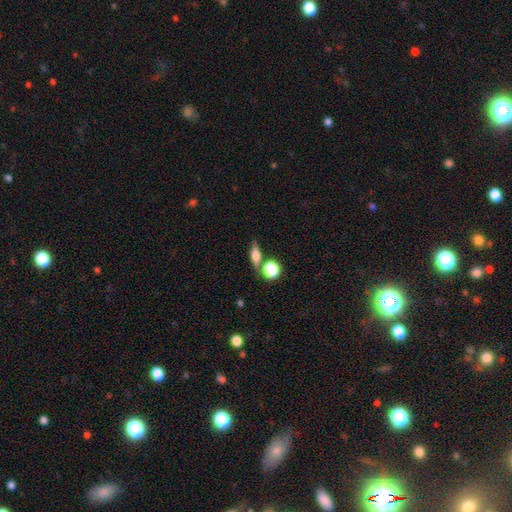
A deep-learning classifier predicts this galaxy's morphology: Q: Smooth or featured?
A: smooth (52%); runner-up: featured or disk (37%)
Q: How rounded?
A: in between (41%); runner-up: cigar-shaped (32%)
Q: Merging?
A: none (70%); runner-up: merger (14%)